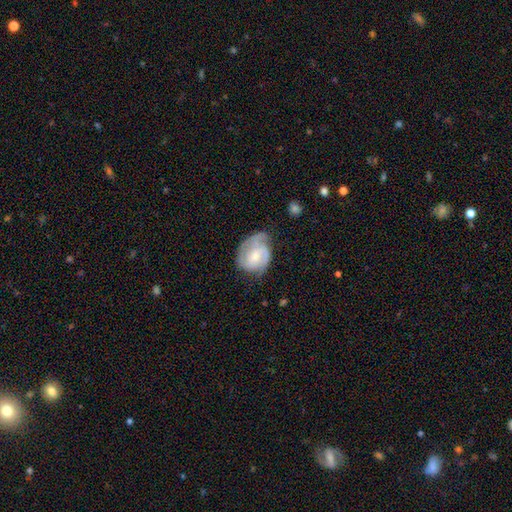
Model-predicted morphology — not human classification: smooth-or-featured: featured or disk: 75% | smooth: 20% | star or artifact: 5%
  disk-edge-on: no: 98% | yes: 2%
    bar: no: 52% | weak: 40% | strong: 8%
    has-spiral-arms: yes: 92% | no: 8%
      spiral-winding: tight: 48% | medium: 40% | loose: 12%
      spiral-arm-count: 2: 49% | 3: 20% | can't tell: 19% | 1: 7% | 4: 3% | more than 4: 3%
    bulge-size: moderate: 48% | small: 44% | none: 3% | large: 3% | dominant: 1%
  merging: none: 49% | minor disturbance: 32% | major disturbance: 16% | merger: 2%